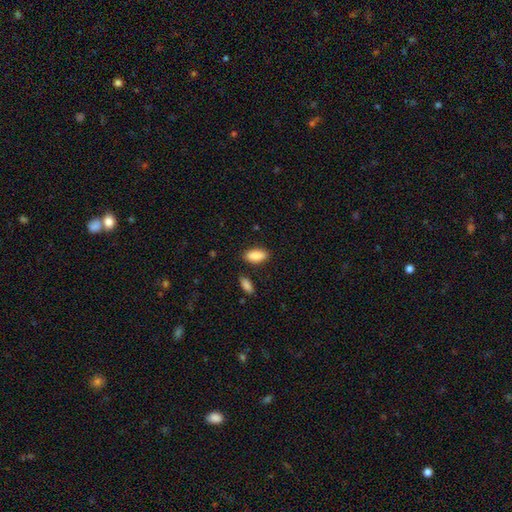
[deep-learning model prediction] Morphology: type=smooth (89%); roundness=in between (88%); merging=none (83%).